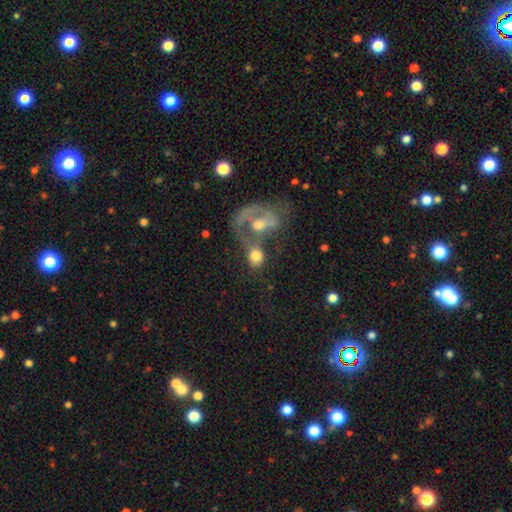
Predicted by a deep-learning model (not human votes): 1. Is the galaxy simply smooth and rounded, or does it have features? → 60% smooth, 30% featured or disk, 9% star or artifact.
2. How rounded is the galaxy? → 58% round, 41% in between, 2% cigar-shaped.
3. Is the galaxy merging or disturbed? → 57% merger, 20% none, 13% major disturbance, 9% minor disturbance.